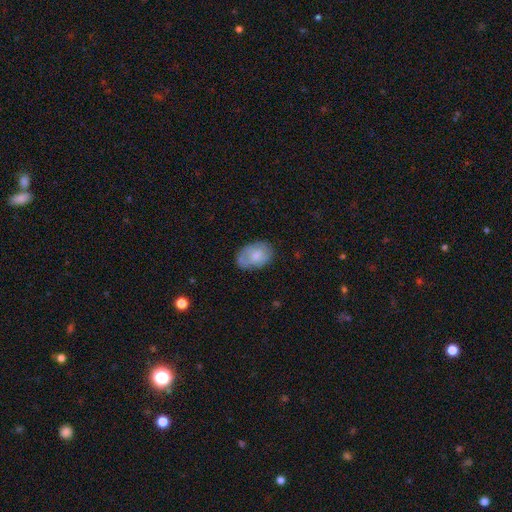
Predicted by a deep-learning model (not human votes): Smooth or featured: smooth — 66% (featured or disk — 27%)
How rounded: in between — 87% (round — 11%)
Merging: none — 66% (minor disturbance — 25%)